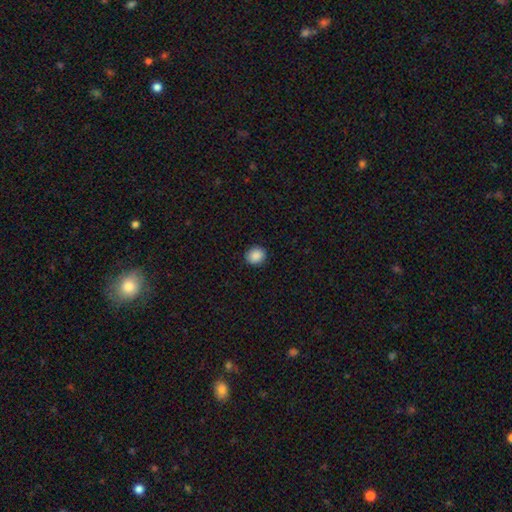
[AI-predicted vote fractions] Smooth or featured: smooth — 89% (star or artifact — 8%)
How rounded: round — 73% (in between — 26%)
Merging: none — 91% (minor disturbance — 6%)